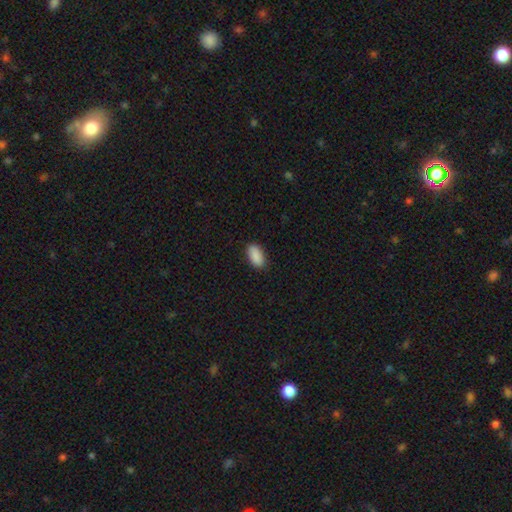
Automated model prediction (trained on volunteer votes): This is clearly a smooth galaxy (90%). How rounded: clearly in between (93%). Merging: clearly none (87%).